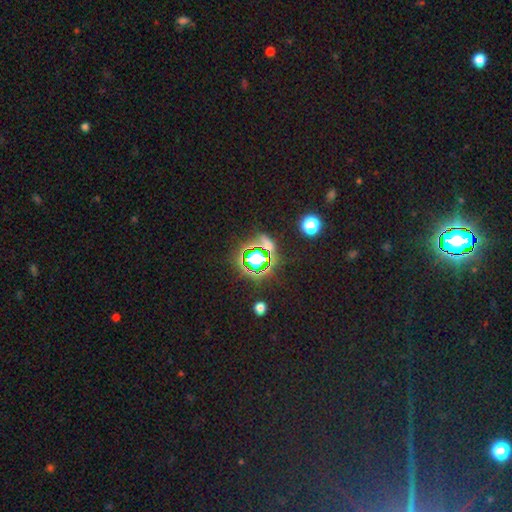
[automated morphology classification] Smooth or featured? star or artifact (65%)